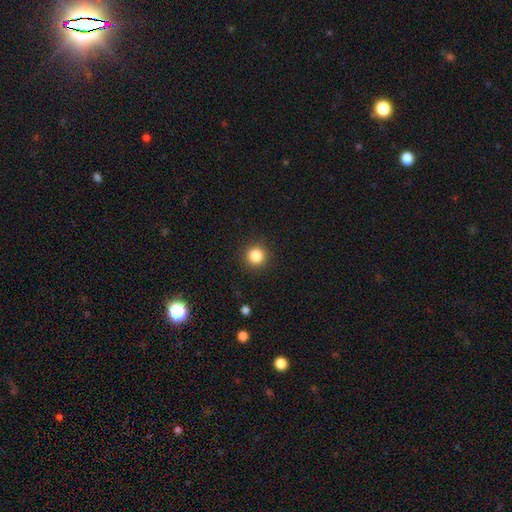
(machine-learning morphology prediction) A smooth galaxy with no disk features (85%) that is round (94%).

Vote fractions:
- Smooth or featured? smooth: 85% / star or artifact: 11% / featured or disk: 4%
- How rounded? round: 94% / in between: 5% / cigar-shaped: 1%
- Merging? none: 91% / minor disturbance: 6% / major disturbance: 2% / merger: 1%